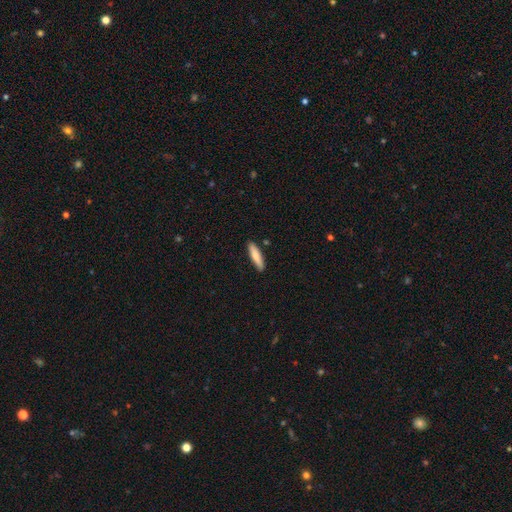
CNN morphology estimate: type=smooth (74%); roundness=cigar-shaped (75%); merging=none (88%).